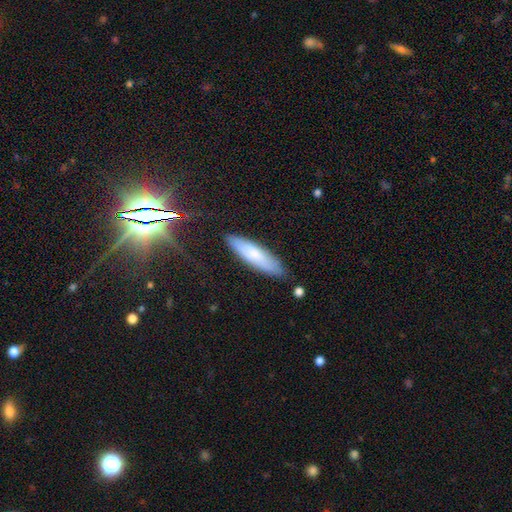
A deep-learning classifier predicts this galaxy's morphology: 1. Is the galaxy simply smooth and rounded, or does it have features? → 68% smooth, 19% featured or disk, 13% star or artifact.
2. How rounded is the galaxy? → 68% cigar-shaped, 30% in between, 2% round.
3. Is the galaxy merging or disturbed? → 86% none, 11% minor disturbance, 2% major disturbance, 2% merger.